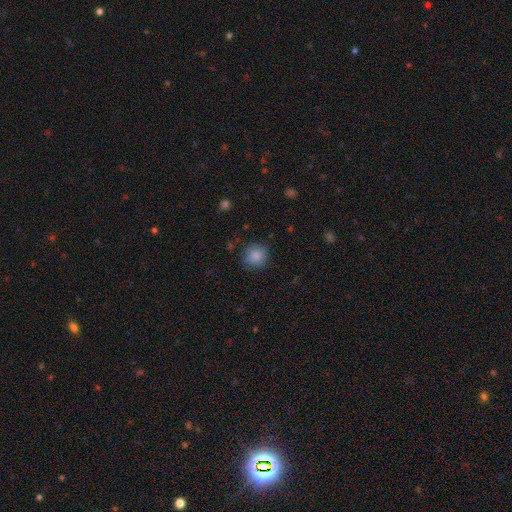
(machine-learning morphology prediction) smooth-or-featured: smooth: 86% | star or artifact: 9% | featured or disk: 5%
  how-rounded: round: 89% | in between: 10% | cigar-shaped: 1%
  merging: none: 83% | minor disturbance: 12% | major disturbance: 3% | merger: 1%